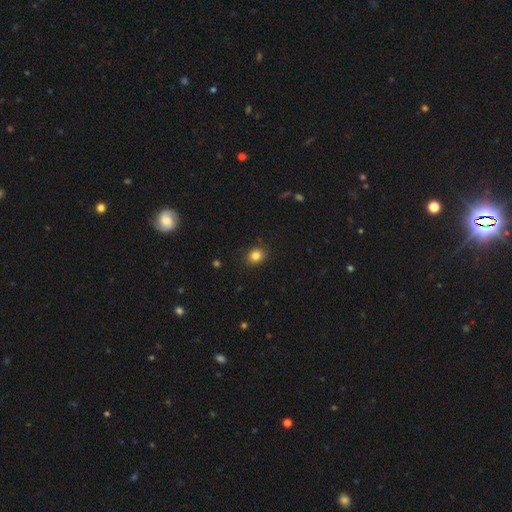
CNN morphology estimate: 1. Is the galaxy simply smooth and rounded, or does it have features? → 84% smooth, 10% star or artifact, 6% featured or disk.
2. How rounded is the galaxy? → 54% round, 45% in between, 1% cigar-shaped.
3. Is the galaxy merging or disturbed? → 88% none, 9% minor disturbance, 2% major disturbance, 1% merger.